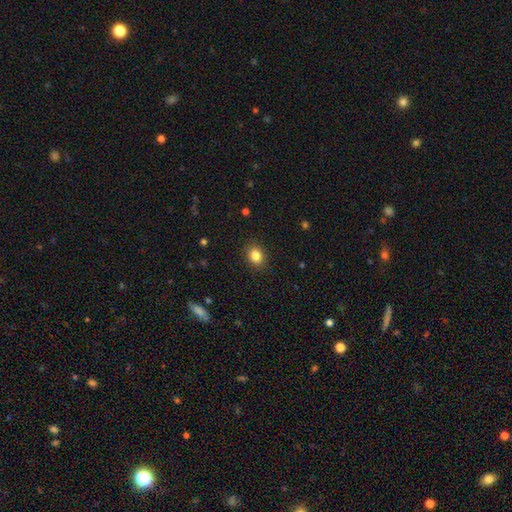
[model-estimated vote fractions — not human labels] The model was most divided on "how rounded": round: 51%, in between: 48%, cigar-shaped: 1%. More confident: merging — none (88%); smooth or featured — smooth (85%).